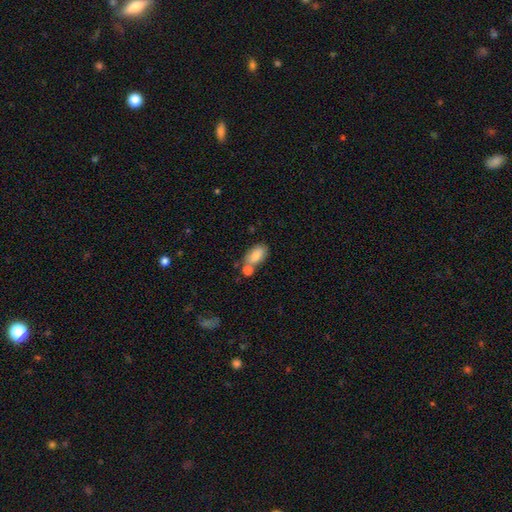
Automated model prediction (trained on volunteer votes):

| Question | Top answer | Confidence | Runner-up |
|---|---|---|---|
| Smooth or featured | smooth | 84% | featured or disk (8%) |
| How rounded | in between | 92% | round (5%) |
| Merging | none | 56% | merger (24%) |